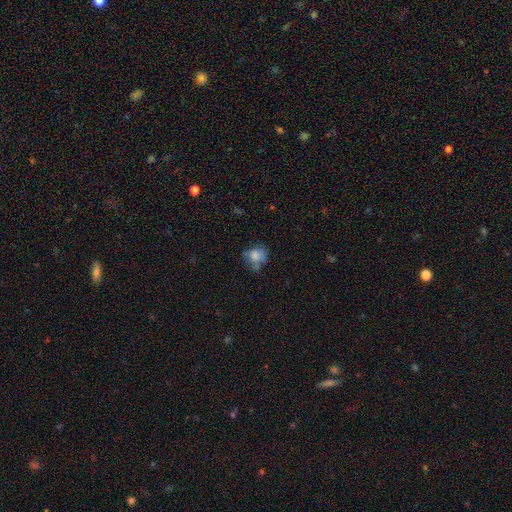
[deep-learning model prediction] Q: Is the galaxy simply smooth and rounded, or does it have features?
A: smooth — 63%.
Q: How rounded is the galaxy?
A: round — 62%.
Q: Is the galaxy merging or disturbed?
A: none — 47%.